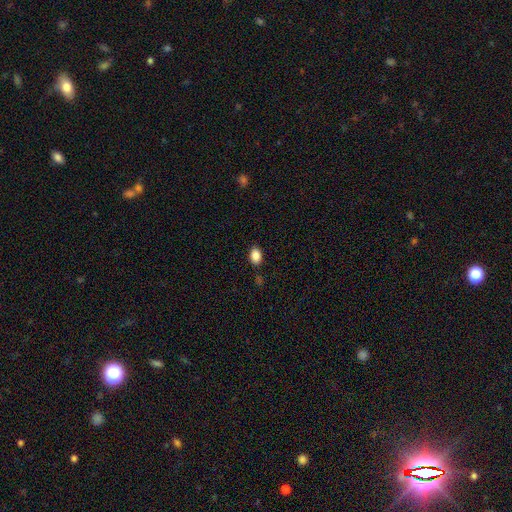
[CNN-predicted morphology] Q: Smooth or featured?
A: smooth (87%); runner-up: star or artifact (9%)
Q: How rounded?
A: in between (81%); runner-up: round (18%)
Q: Merging?
A: none (85%); runner-up: minor disturbance (10%)